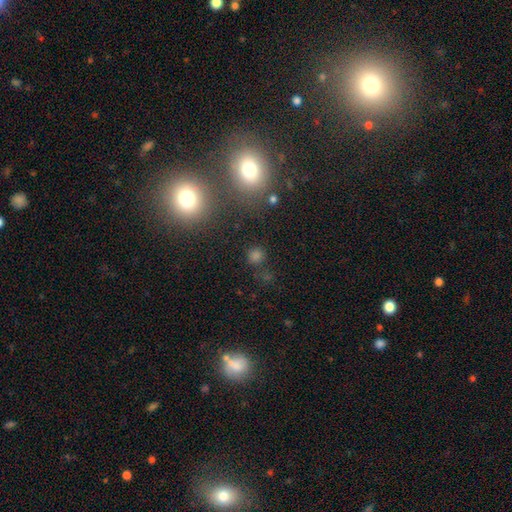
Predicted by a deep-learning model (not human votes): Overall: smooth (65%; star or artifact 28%). How rounded: round (88%). Merging: none (80%).